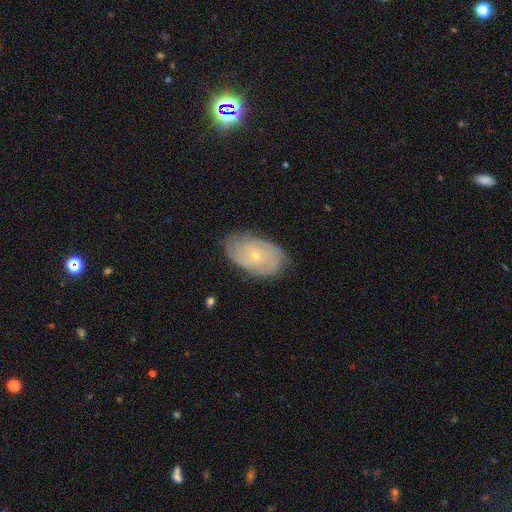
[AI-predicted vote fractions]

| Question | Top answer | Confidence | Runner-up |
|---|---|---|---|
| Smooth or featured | featured or disk | 71% | smooth (22%) |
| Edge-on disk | no | 95% | yes (5%) |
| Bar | no | 81% | weak (16%) |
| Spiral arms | yes | 86% | no (14%) |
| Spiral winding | tight | 68% | medium (24%) |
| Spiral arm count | can't tell | 44% | 2 (24%) |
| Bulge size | small | 75% | moderate (22%) |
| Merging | none | 77% | minor disturbance (18%) |